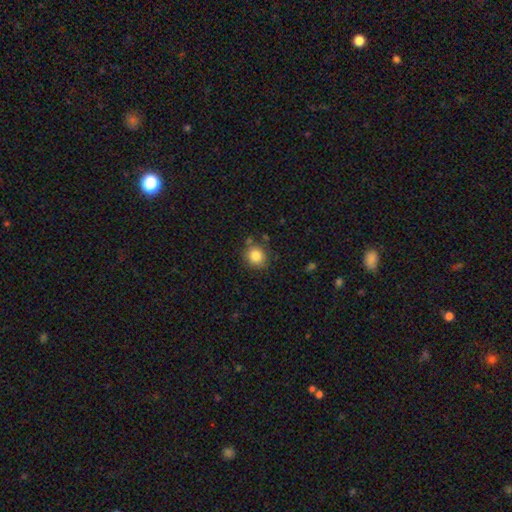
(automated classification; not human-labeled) smooth-or-featured: smooth: 84% | star or artifact: 10% | featured or disk: 6%
  how-rounded: round: 82% | in between: 17% | cigar-shaped: 1%
  merging: none: 80% | minor disturbance: 12% | merger: 5% | major disturbance: 3%